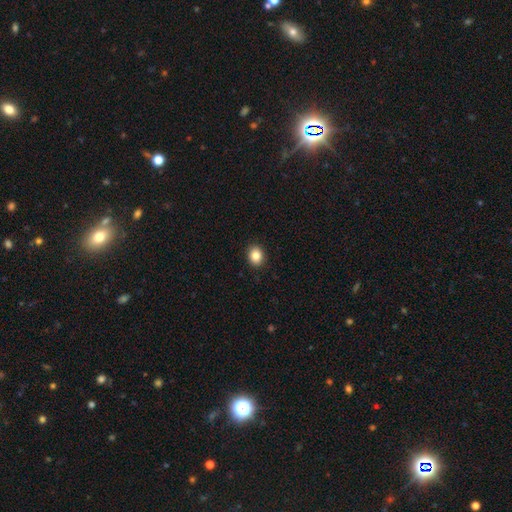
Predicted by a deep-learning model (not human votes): The model was most divided on "how rounded": round: 54%, in between: 46%, cigar-shaped: 1%. More confident: merging — none (91%); smooth or featured — smooth (85%).